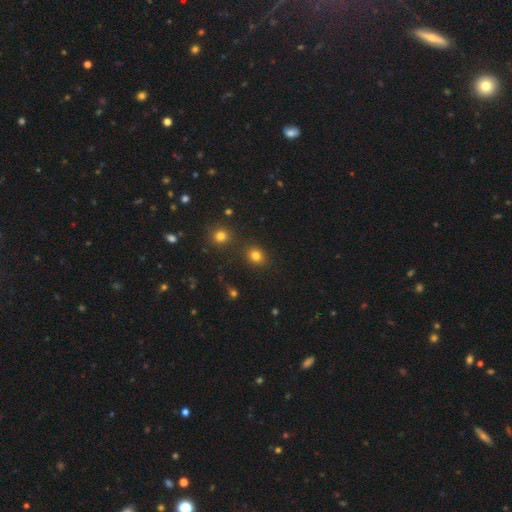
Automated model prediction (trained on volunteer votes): The model was most divided on "how rounded": round: 70%, in between: 29%, cigar-shaped: 1%. More confident: merging — none (83%); smooth or featured — smooth (81%).